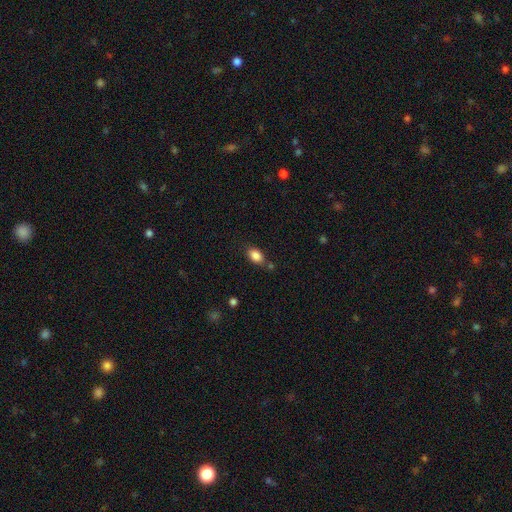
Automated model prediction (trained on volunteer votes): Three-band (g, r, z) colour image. It shows a smooth galaxy with no disk features (86%) that is in between round and cigar-shaped (86%). Merging: none (71%).